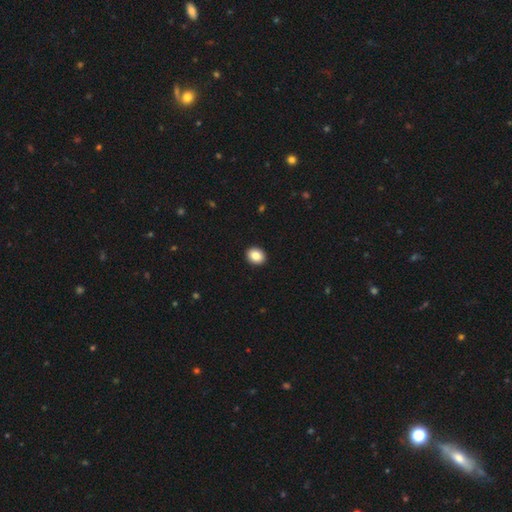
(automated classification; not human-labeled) The model was most divided on "how rounded": round: 54%, in between: 45%, cigar-shaped: 1%. More confident: merging — none (93%); smooth or featured — smooth (85%).